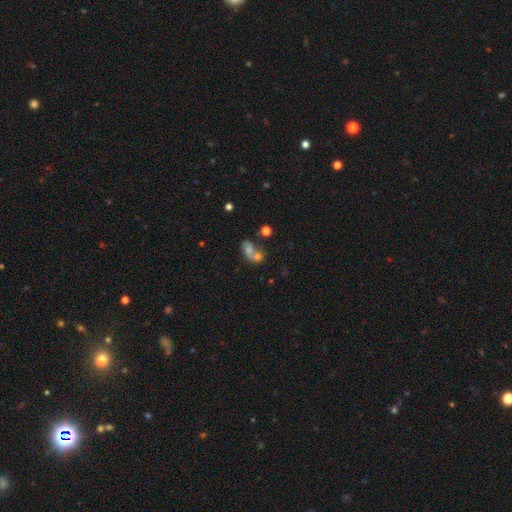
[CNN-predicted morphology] Smooth or featured? smooth (51%)
How rounded? in between (64%)
Merging? merger (57%)